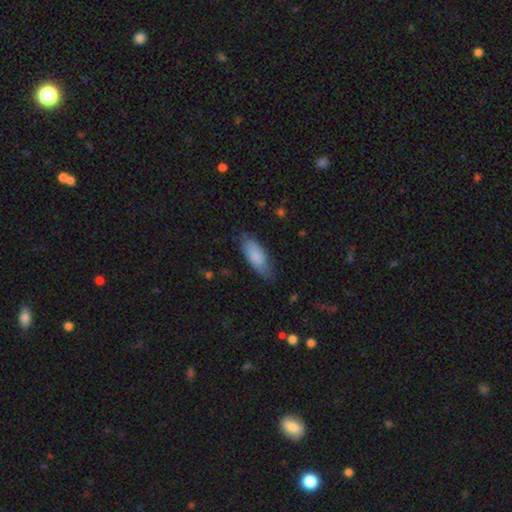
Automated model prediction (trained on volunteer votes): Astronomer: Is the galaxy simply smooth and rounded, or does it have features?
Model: smooth — 83%.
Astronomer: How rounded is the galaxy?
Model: in between — 72%.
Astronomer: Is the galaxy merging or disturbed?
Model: none — 72%.